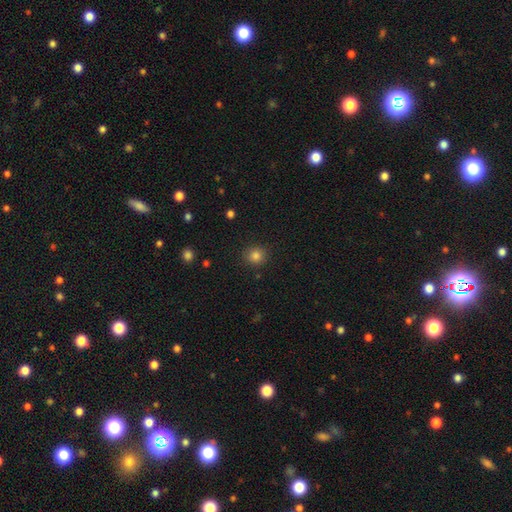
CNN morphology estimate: A smooth galaxy with no disk features (83%) that is round (87%).

Vote fractions:
- Smooth or featured? smooth: 83% / star or artifact: 12% / featured or disk: 5%
- How rounded? round: 87% / in between: 12% / cigar-shaped: 1%
- Merging? none: 89% / minor disturbance: 7% / major disturbance: 2% / merger: 1%